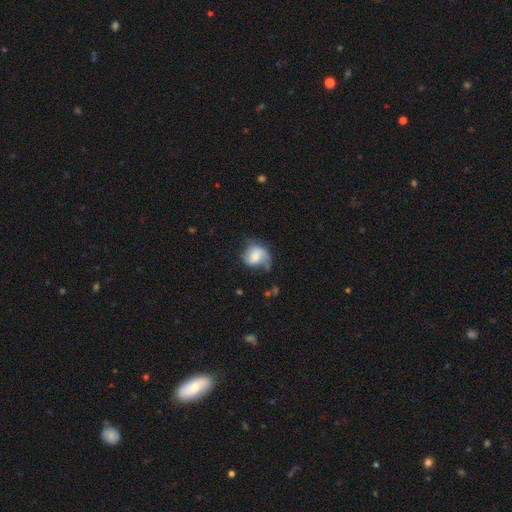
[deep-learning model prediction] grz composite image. It shows a smooth galaxy with no disk features (50%). Merging: none (41%).